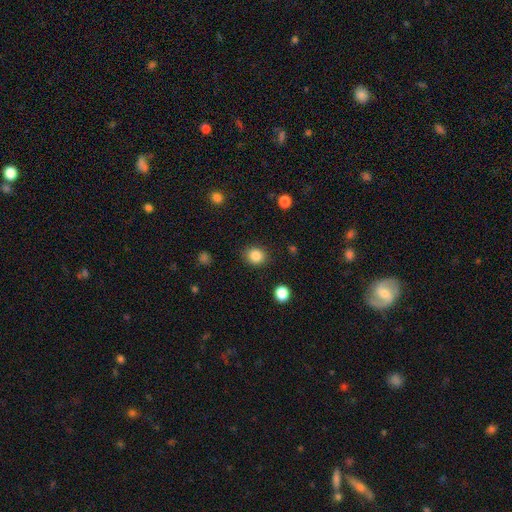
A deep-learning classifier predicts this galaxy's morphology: smooth-or-featured: smooth: 86% | star or artifact: 10% | featured or disk: 4%
  how-rounded: round: 77% | in between: 22% | cigar-shaped: 1%
  merging: none: 87% | minor disturbance: 8% | major disturbance: 3% | merger: 2%